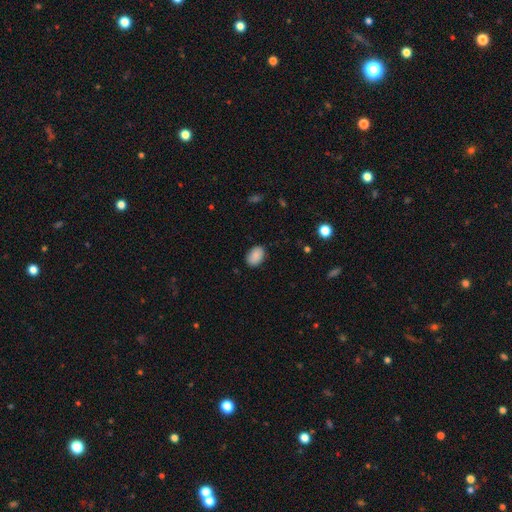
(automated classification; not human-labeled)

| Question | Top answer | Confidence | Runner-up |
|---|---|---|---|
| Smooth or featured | smooth | 88% | star or artifact (7%) |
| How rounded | in between | 85% | round (14%) |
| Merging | none | 84% | minor disturbance (12%) |